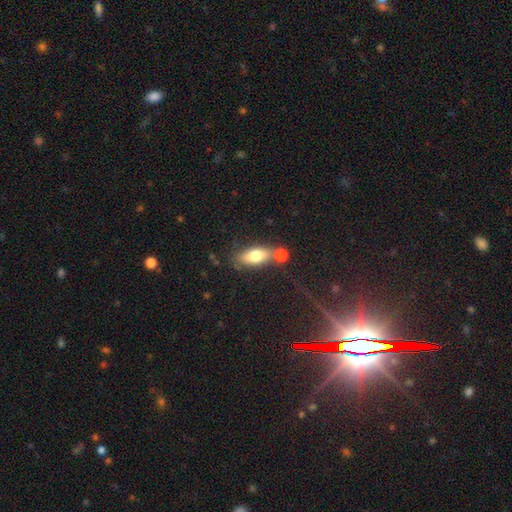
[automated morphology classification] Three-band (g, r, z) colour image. It shows a smooth galaxy with no disk features (72%) that is in between round and cigar-shaped (79%). Merging: none (57%).